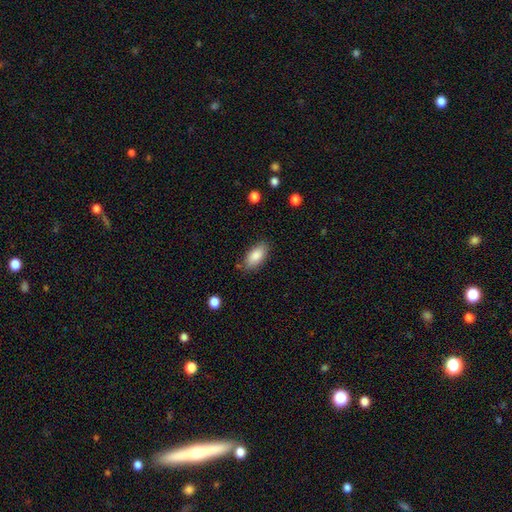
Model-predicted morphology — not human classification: This is clearly a smooth galaxy (86%). How rounded: clearly in between (91%). Merging: clearly none (81%).